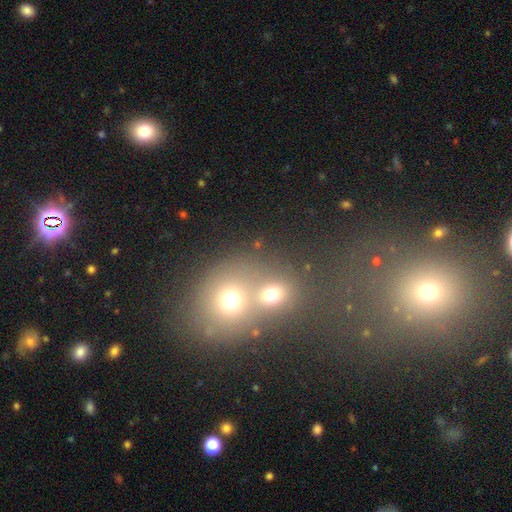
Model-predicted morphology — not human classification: Q: Smooth or featured?
A: smooth (59%); runner-up: star or artifact (26%)
Q: How rounded?
A: round (70%); runner-up: in between (29%)
Q: Merging?
A: merger (52%); runner-up: none (37%)